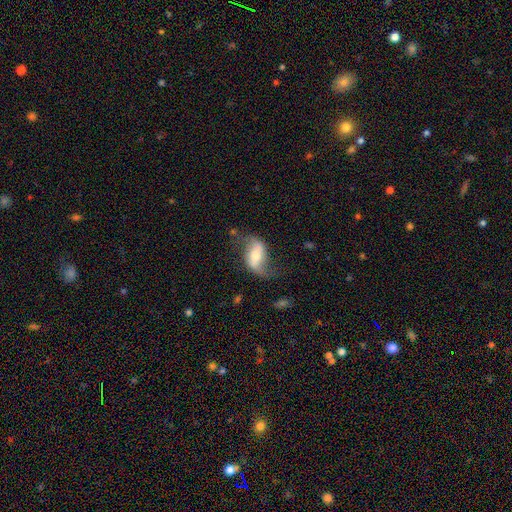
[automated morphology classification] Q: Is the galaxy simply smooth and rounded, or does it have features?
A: featured or disk — 77%.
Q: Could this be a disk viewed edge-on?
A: no — 95%.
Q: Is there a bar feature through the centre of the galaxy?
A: strong — 40%.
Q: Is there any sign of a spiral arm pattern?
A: yes — 91%.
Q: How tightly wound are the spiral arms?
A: loose — 83%.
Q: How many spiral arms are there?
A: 2 — 89%.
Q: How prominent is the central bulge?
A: moderate — 50%.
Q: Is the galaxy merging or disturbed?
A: none — 59%.